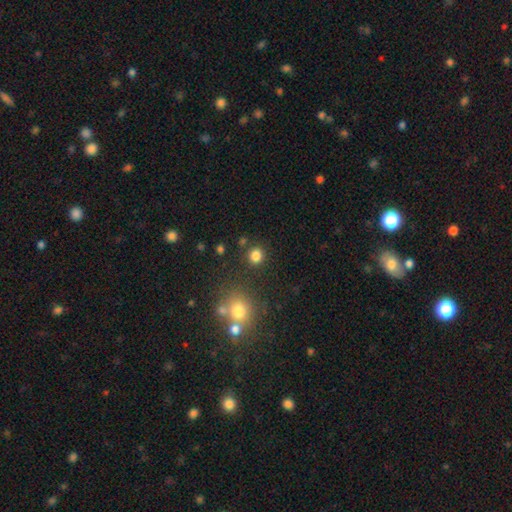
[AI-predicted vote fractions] Overall: smooth (82%). How rounded: round (86%). Merging: none (85%).